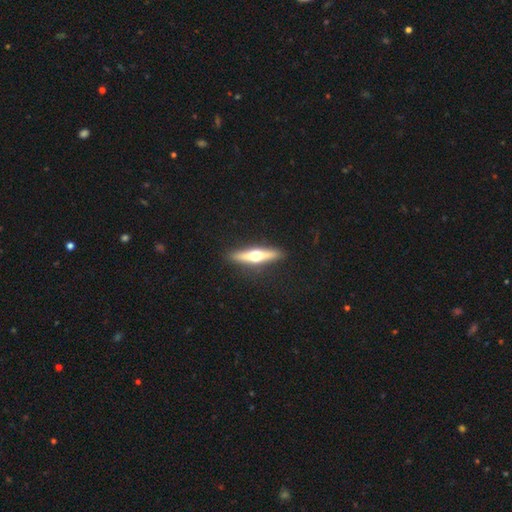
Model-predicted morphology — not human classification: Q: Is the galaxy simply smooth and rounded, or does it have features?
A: featured or disk — 67%.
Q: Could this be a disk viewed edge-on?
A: yes — 96%.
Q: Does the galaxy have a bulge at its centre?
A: rounded — 96%.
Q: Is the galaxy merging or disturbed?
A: none — 91%.